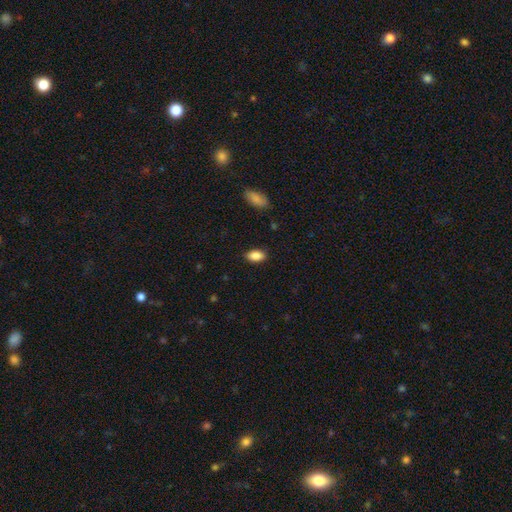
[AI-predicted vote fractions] Morphology: type=smooth (88%); roundness=in between (92%); merging=none (87%).